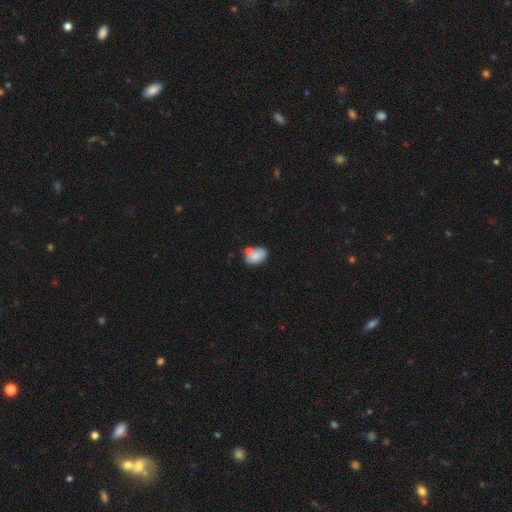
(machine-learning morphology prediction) smooth_or_featured: smooth (p=0.77) [alt: featured or disk p=0.15]
how_rounded: in between (p=0.83) [alt: round p=0.16]
merging: none (p=0.52) [alt: merger p=0.22]